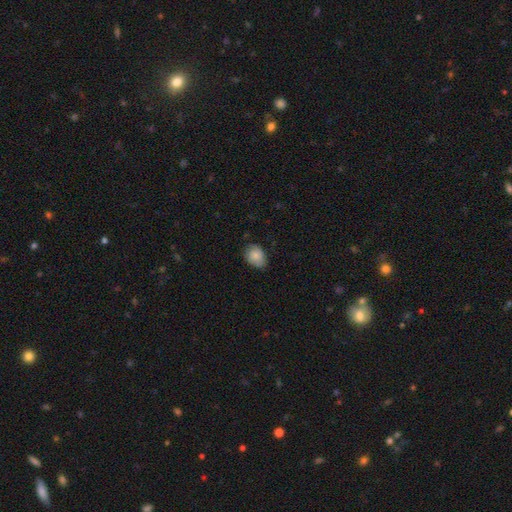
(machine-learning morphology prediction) This appears to be a smooth galaxy with no disk features (83%) that is in between round and cigar-shaped (56%). Merging: none (70%).